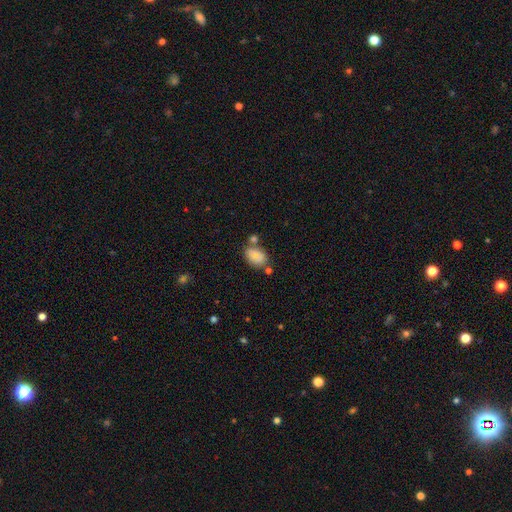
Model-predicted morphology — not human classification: Overall: smooth (81%). How rounded: in between (83%). Merging: none (62%).